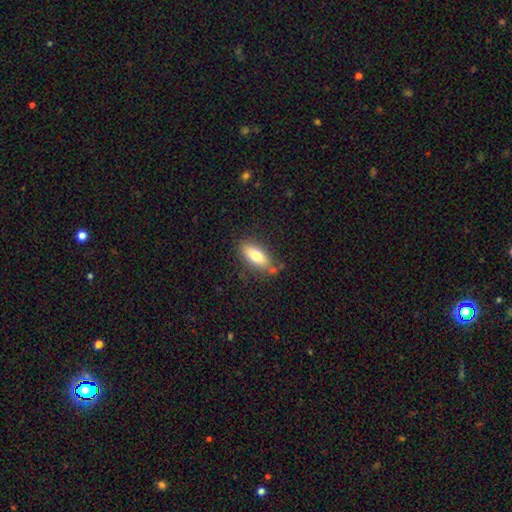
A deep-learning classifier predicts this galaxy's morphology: smooth_or_featured: smooth (p=0.74) [alt: featured or disk p=0.19]
how_rounded: in between (p=0.79) [alt: cigar-shaped p=0.18]
merging: none (p=0.74) [alt: minor disturbance p=0.17]